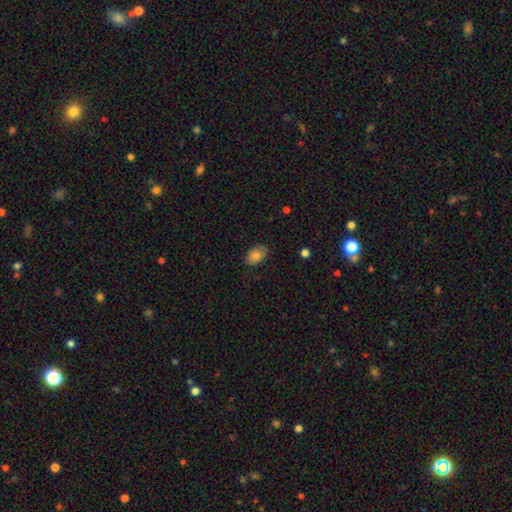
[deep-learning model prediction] smooth-or-featured: smooth: 80% | featured or disk: 12% | star or artifact: 8%
  how-rounded: in between: 86% | round: 13% | cigar-shaped: 1%
  merging: none: 80% | minor disturbance: 16% | major disturbance: 3% | merger: 1%